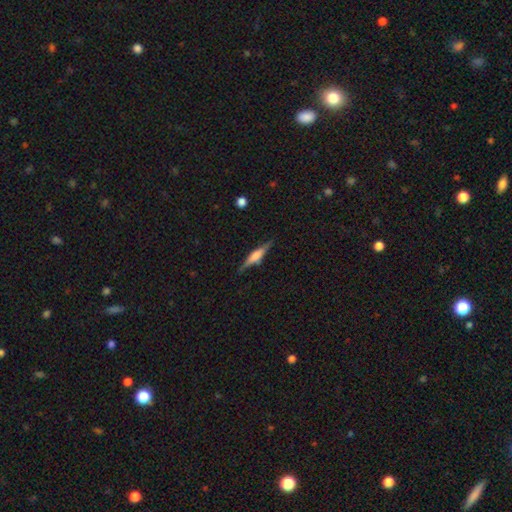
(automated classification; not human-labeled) Overall: featured or disk (69%). Edge-on disk: yes (97%). Edge-on bulge: rounded (65%; boxy 29%). Merging: none (86%).